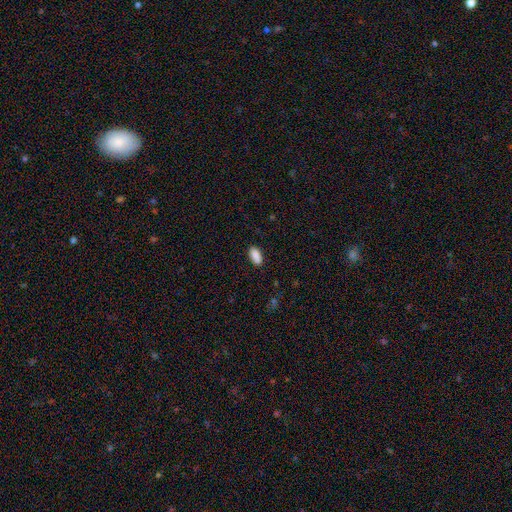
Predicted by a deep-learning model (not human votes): Smooth or featured?
  - smooth: 90% *
  - star or artifact: 7%
  - featured or disk: 3%
How rounded?
  - in between: 90% *
  - cigar-shaped: 8%
  - round: 2%
Merging?
  - none: 88% *
  - minor disturbance: 9%
  - major disturbance: 2%
  - merger: 1%